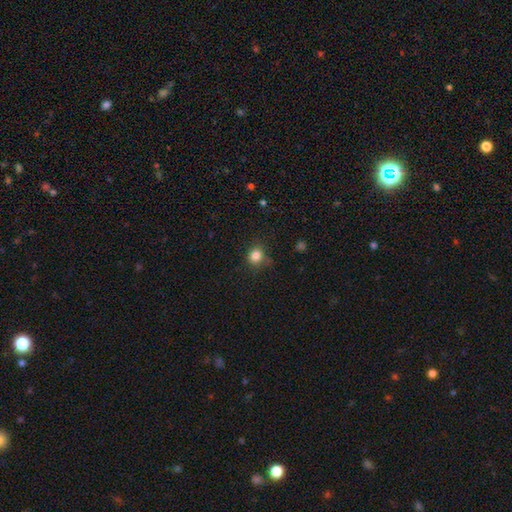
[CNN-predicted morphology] smooth_or_featured: smooth (p=0.83) [alt: star or artifact p=0.12]
how_rounded: round (p=0.78) [alt: in between p=0.21]
merging: none (p=0.77) [alt: minor disturbance p=0.17]